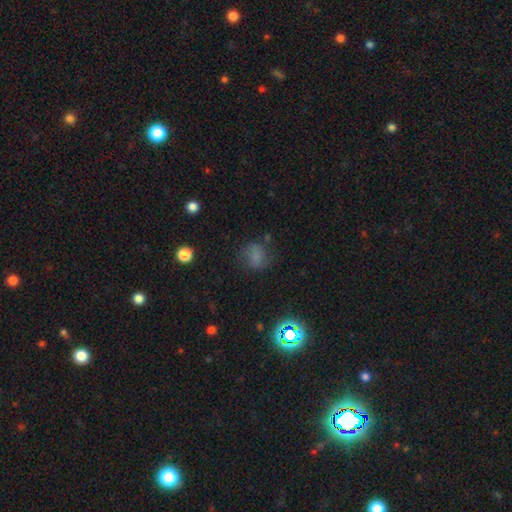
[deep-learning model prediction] This is likely a smooth galaxy (67%). How rounded: likely round (62%). Merging: likely none (64%).